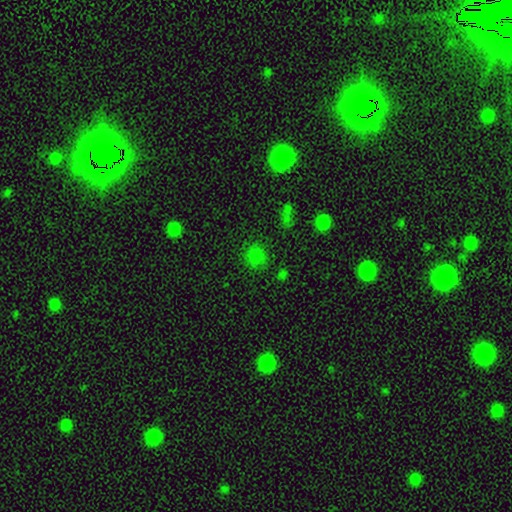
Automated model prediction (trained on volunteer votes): Q: Smooth or featured?
A: smooth (76%); runner-up: star or artifact (20%)
Q: How rounded?
A: round (90%); runner-up: in between (9%)
Q: Merging?
A: none (86%); runner-up: minor disturbance (9%)